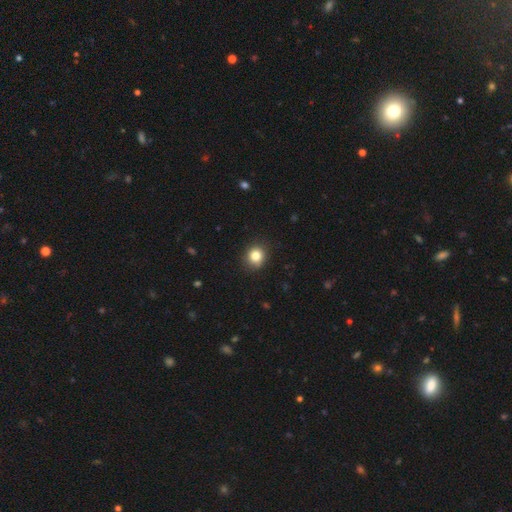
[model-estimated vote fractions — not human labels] Smooth or featured?
  - smooth: 83% *
  - star or artifact: 11%
  - featured or disk: 6%
How rounded?
  - round: 76% *
  - in between: 23%
  - cigar-shaped: 1%
Merging?
  - none: 87% *
  - minor disturbance: 10%
  - major disturbance: 2%
  - merger: 1%